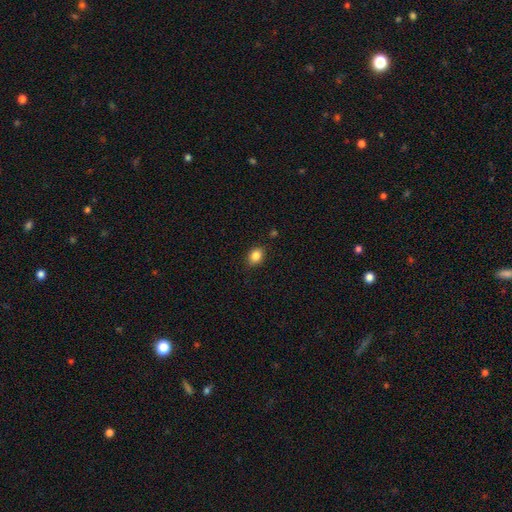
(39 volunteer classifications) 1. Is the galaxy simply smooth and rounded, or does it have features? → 97% smooth, 3% featured or disk, 0% star or artifact.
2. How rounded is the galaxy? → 66% in between, 34% round, 0% cigar-shaped.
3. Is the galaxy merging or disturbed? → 74% none, 18% minor disturbance, 8% major disturbance, 0% merger.